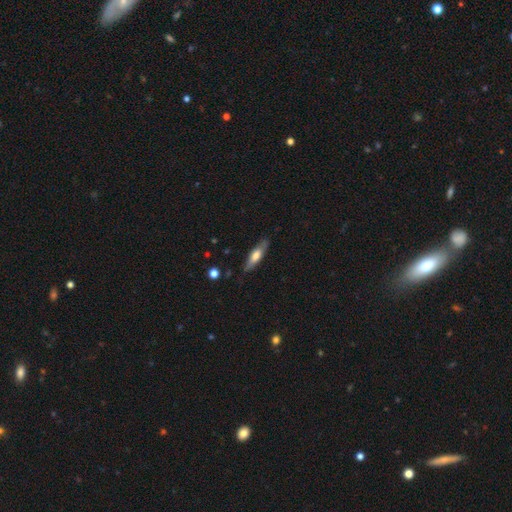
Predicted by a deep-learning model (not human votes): Smooth or featured? Predicted: smooth (p=0.55). How rounded? Predicted: cigar-shaped (p=0.66). Merging? Predicted: none (p=0.81).